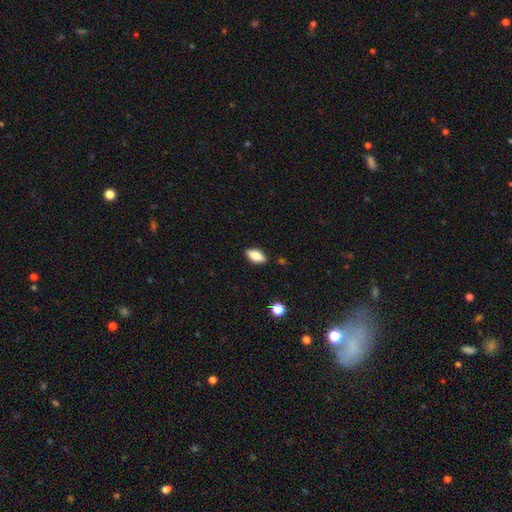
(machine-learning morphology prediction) A smooth galaxy with no disk features (76%) that is in between round and cigar-shaped (86%). Merging: none (87%).